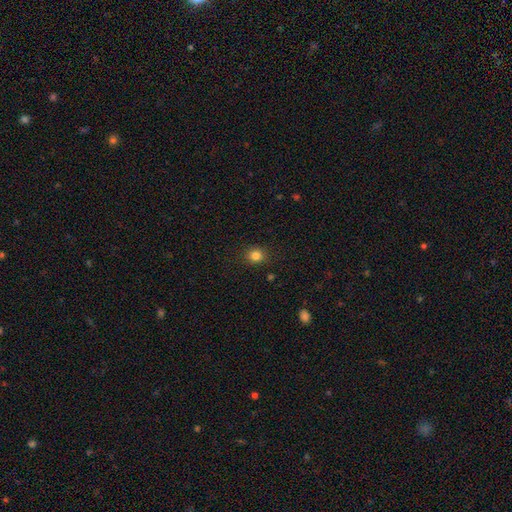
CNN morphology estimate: Overall: smooth (83%). How rounded: round (82%). Merging: none (89%).